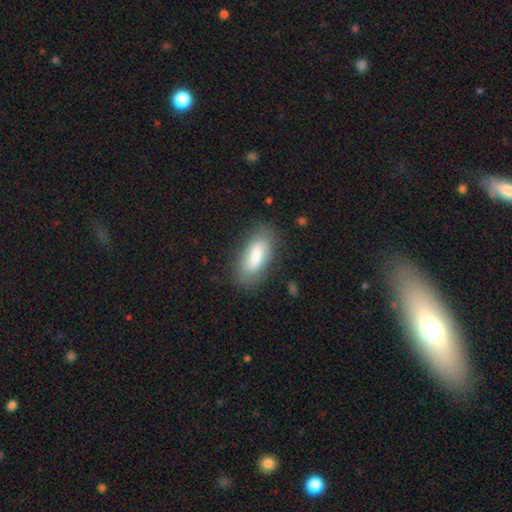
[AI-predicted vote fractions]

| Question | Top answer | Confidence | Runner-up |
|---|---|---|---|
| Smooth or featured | smooth | 78% | featured or disk (15%) |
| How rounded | in between | 82% | cigar-shaped (15%) |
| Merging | none | 81% | minor disturbance (14%) |